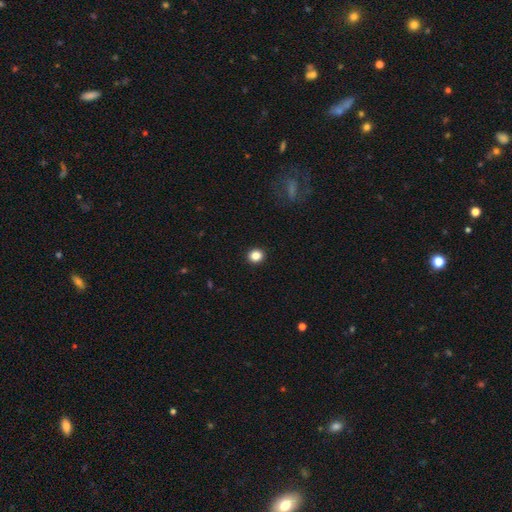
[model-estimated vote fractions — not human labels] Smooth or featured? smooth (85%)
How rounded? round (81%)
Merging? none (93%)